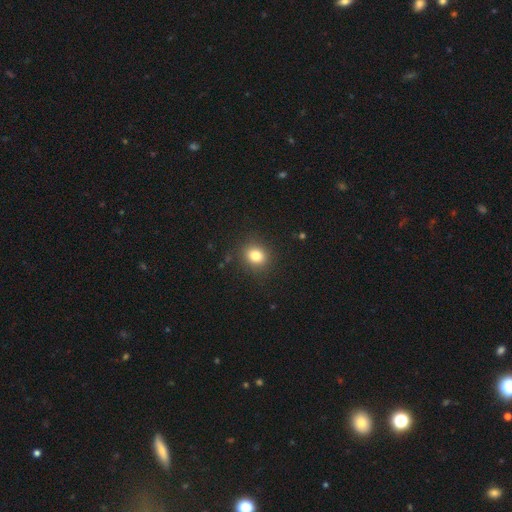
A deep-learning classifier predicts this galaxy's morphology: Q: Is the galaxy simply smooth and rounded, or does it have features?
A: smooth — 82%.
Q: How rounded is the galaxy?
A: round — 67%.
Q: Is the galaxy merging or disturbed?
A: none — 88%.